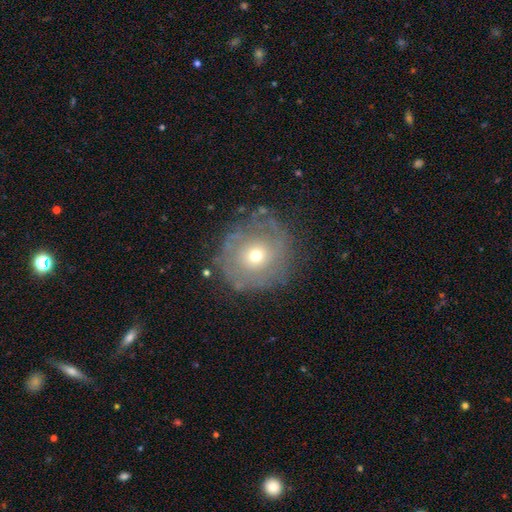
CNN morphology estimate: type=featured or disk (49%); merging=none (74%).